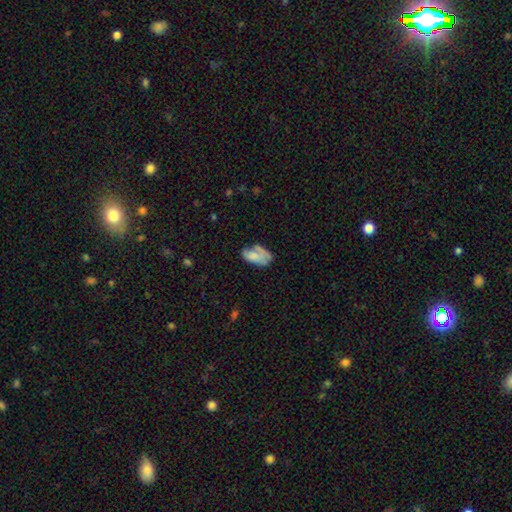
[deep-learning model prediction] Smooth or featured: smooth — 64% (featured or disk — 28%)
How rounded: in between — 92% (round — 5%)
Merging: none — 40% (minor disturbance — 32%)